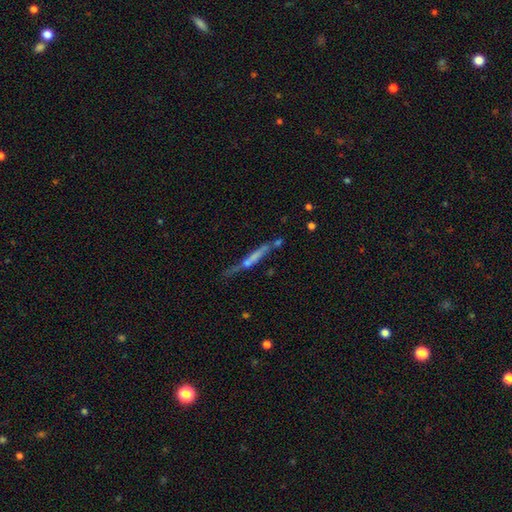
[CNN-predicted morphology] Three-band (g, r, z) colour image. It shows a featured or disk galaxy (59%) viewed edge-on (89%) with no central bulge (60%). Merging: none (67%).